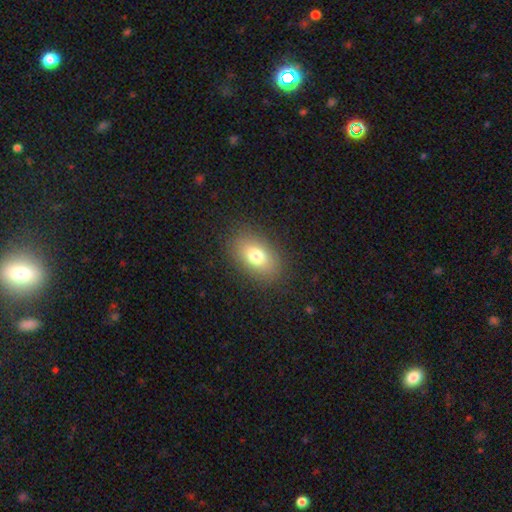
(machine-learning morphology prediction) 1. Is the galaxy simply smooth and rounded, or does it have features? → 77% smooth, 12% featured or disk, 10% star or artifact.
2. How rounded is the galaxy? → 84% in between, 15% round, 2% cigar-shaped.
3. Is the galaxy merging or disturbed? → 86% none, 10% minor disturbance, 4% major disturbance, 1% merger.